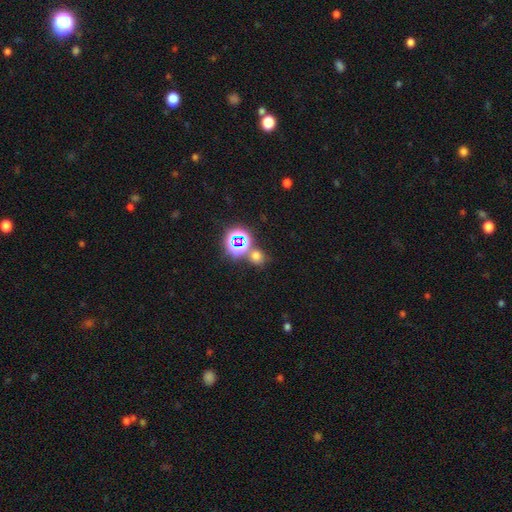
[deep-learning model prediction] Smooth or featured? Predicted: smooth (p=0.57). How rounded? Predicted: round (p=0.79). Merging? Predicted: none (p=0.65).